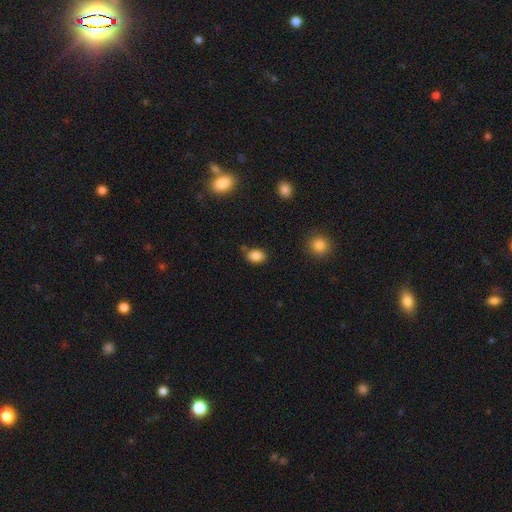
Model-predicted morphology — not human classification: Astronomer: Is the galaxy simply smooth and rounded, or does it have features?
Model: smooth — 85%.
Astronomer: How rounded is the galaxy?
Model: in between — 71%.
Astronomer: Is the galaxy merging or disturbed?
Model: none — 74%.